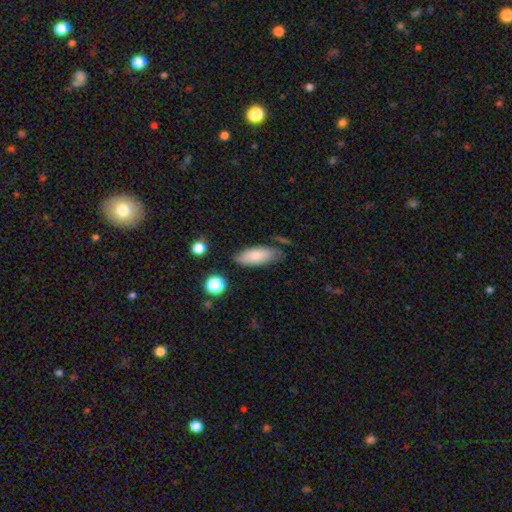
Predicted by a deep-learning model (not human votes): Smooth or featured? Predicted: smooth (p=0.79). How rounded? Predicted: in between (p=0.78). Merging? Predicted: none (p=0.71).